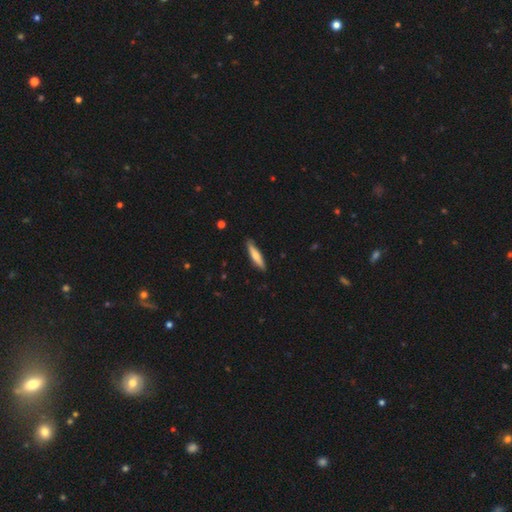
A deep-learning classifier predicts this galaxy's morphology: Smooth or featured? Predicted: smooth (p=0.63). How rounded? Predicted: cigar-shaped (p=0.85). Merging? Predicted: none (p=0.86).